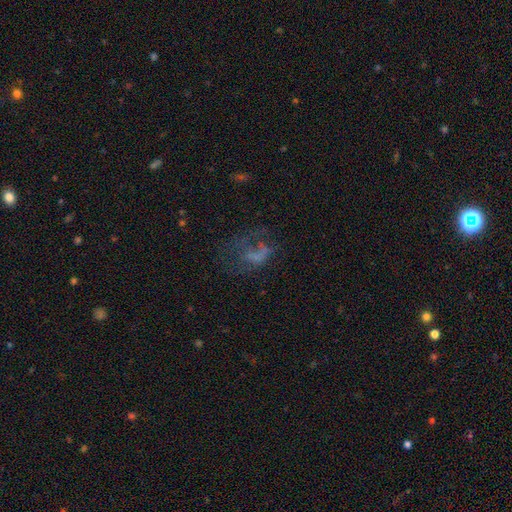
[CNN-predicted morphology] Q: Smooth or featured?
A: featured or disk (42%); runner-up: smooth (34%)
Q: Merging?
A: major disturbance (47%); runner-up: none (33%)